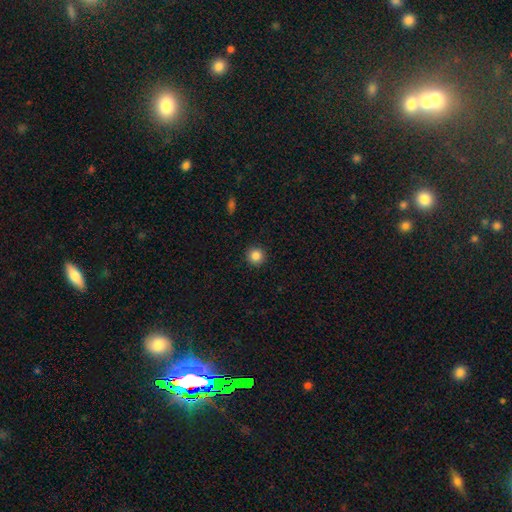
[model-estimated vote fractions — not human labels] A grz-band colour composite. It shows a smooth galaxy with no disk features (86%) that is round (95%). Merging: none (93%).